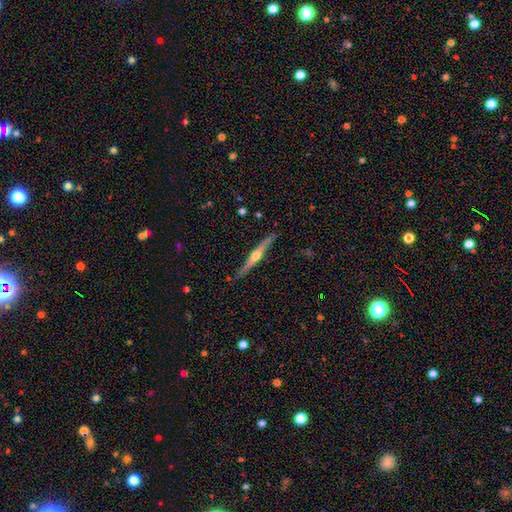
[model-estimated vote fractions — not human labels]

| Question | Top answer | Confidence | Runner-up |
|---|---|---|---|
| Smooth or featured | featured or disk | 70% | smooth (24%) |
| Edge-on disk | yes | 97% | no (3%) |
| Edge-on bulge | rounded | 89% | none (7%) |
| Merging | none | 84% | minor disturbance (12%) |